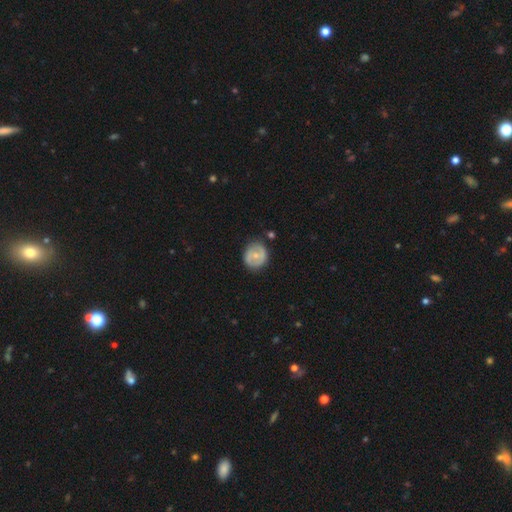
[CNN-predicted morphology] Smooth or featured? Predicted: featured or disk (p=0.49). Merging? Predicted: none (p=0.74).